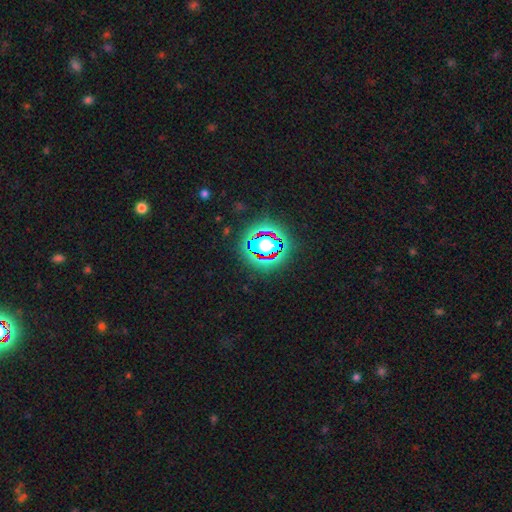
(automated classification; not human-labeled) star or artifact 84%, smooth 10%, featured or disk 6%.